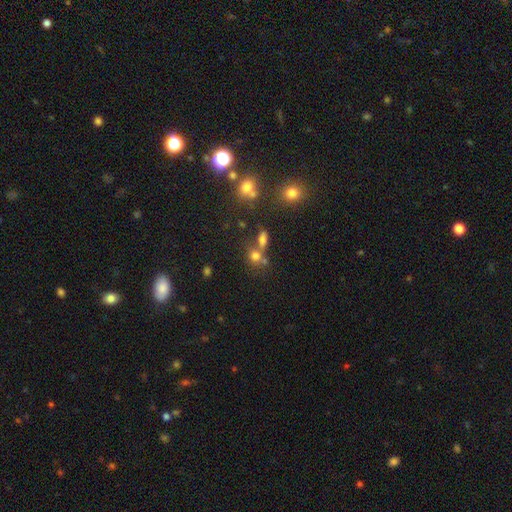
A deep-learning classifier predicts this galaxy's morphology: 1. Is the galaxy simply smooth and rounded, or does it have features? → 70% smooth, 19% star or artifact, 11% featured or disk.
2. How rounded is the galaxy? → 66% round, 31% in between, 3% cigar-shaped.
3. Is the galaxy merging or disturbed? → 47% none, 38% merger, 10% minor disturbance, 5% major disturbance.